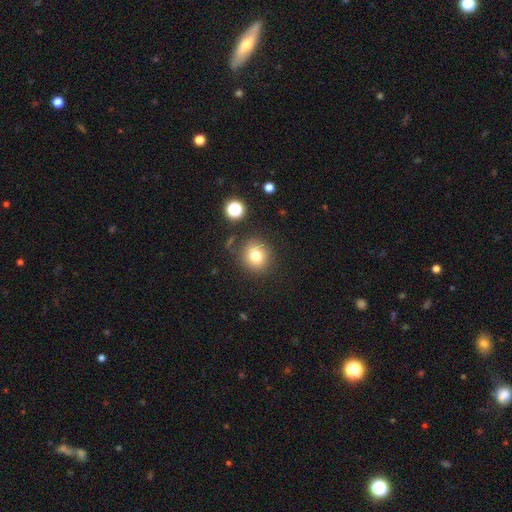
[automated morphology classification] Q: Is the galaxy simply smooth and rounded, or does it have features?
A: smooth — 76%.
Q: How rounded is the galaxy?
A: round — 88%.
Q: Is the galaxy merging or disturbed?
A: none — 84%.